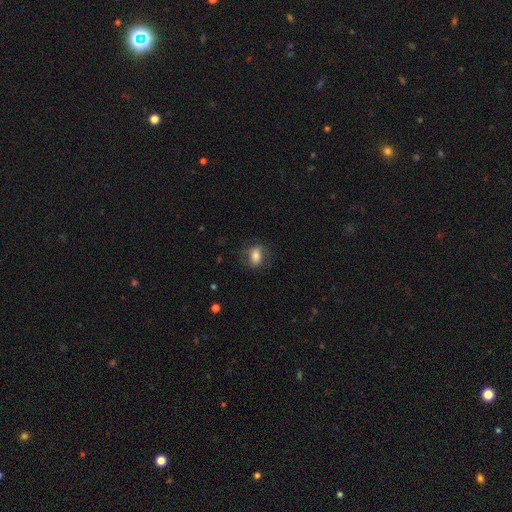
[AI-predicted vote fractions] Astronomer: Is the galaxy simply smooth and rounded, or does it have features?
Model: smooth — 71%.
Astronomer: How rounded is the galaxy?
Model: in between — 74%.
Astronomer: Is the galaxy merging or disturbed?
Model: none — 70%.